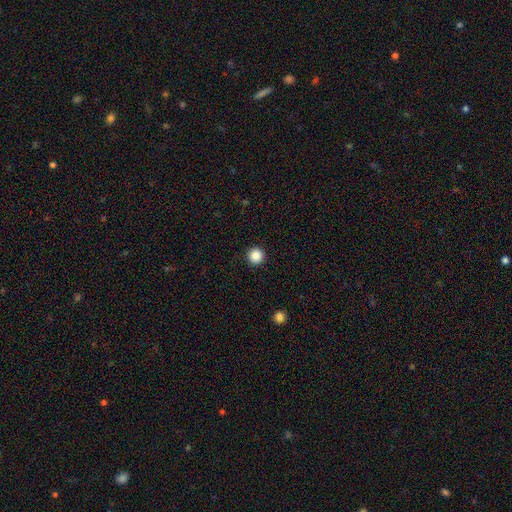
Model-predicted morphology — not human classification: Q: Smooth or featured?
A: smooth (87%); runner-up: star or artifact (10%)
Q: How rounded?
A: round (96%); runner-up: in between (3%)
Q: Merging?
A: none (93%); runner-up: minor disturbance (4%)